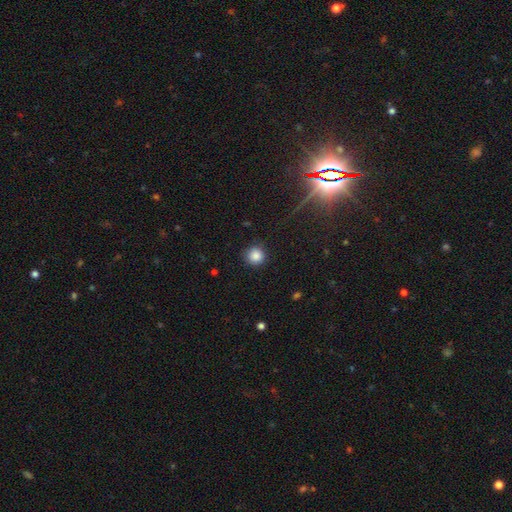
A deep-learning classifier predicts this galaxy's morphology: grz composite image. It shows a smooth galaxy with no disk features (85%) that is round (92%). Merging: none (87%).